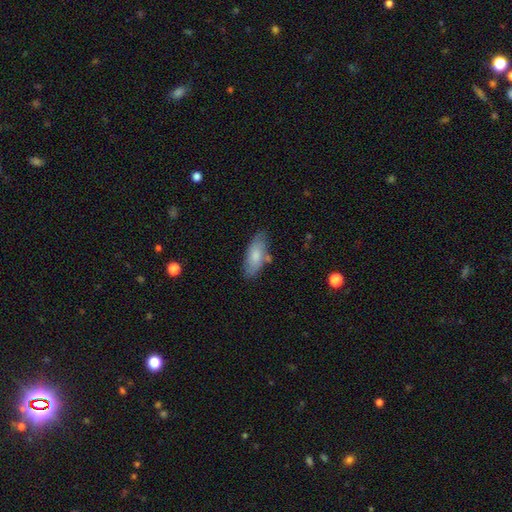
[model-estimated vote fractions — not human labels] smooth 76%, featured or disk 18%, star or artifact 6%. Down the decision tree: how rounded — in between (82%); merging — none (72%).